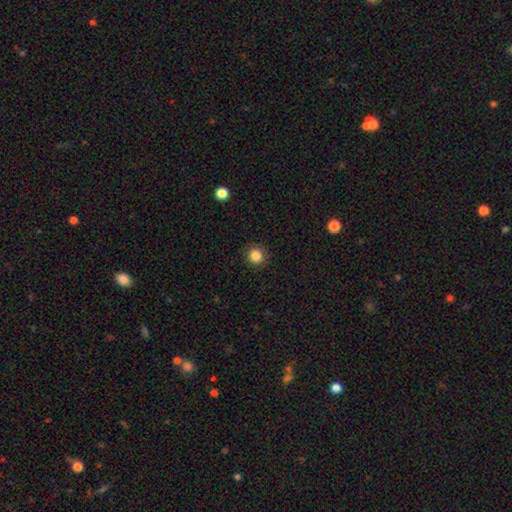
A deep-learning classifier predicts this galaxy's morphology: smooth 85%, star or artifact 11%, featured or disk 4%. Down the decision tree: how rounded — round (94%); merging — none (92%).